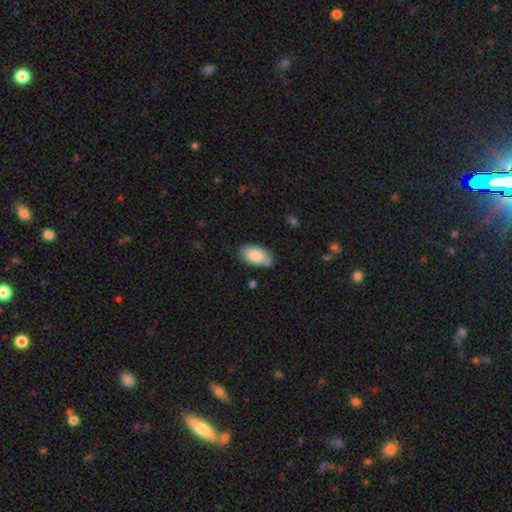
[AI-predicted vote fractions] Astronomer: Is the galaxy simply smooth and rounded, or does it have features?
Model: smooth — 84%.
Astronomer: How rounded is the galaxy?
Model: in between — 95%.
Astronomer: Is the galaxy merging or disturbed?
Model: none — 76%.